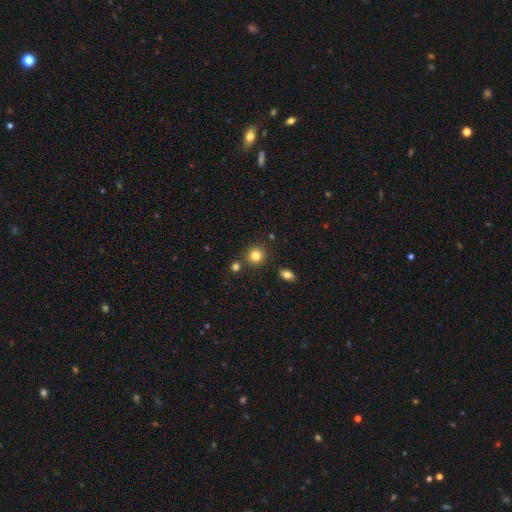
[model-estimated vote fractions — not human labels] Overall: smooth (83%). How rounded: round (89%). Merging: none (82%).